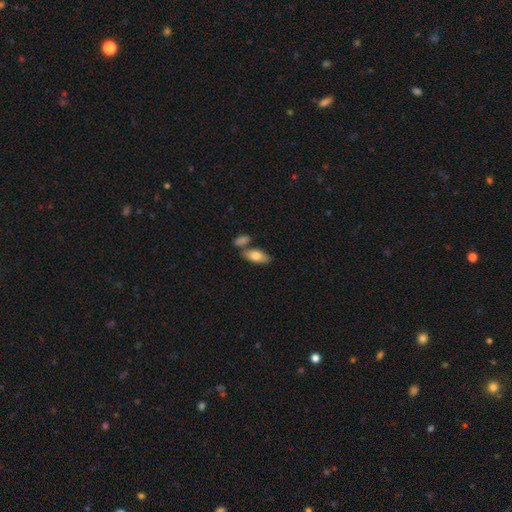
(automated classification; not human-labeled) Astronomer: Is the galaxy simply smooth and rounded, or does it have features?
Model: smooth — 78%.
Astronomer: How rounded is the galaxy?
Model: in between — 86%.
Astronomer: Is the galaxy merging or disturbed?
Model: none — 62%.